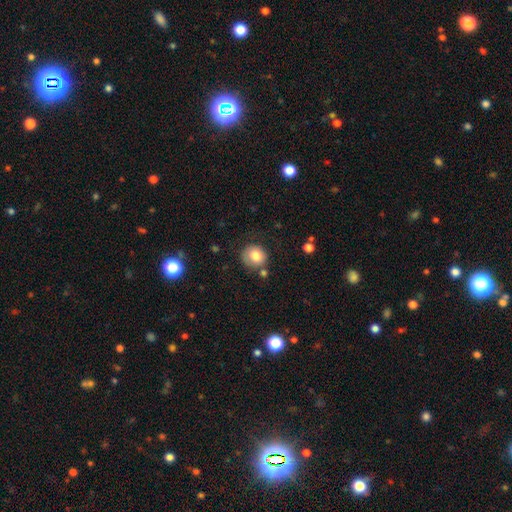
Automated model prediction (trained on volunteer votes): smooth 80%, featured or disk 10%, star or artifact 9%. Down the decision tree: how rounded — round (82%); merging — none (69%).